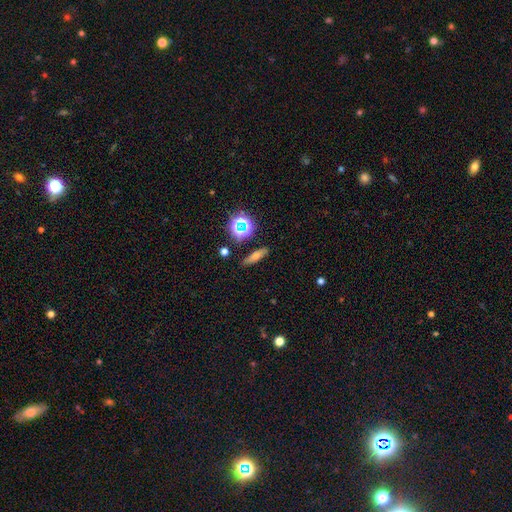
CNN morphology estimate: smooth-or-featured: smooth: 45% | featured or disk: 30% | star or artifact: 25%
  merging: none: 86% | minor disturbance: 8% | merger: 3% | major disturbance: 2%